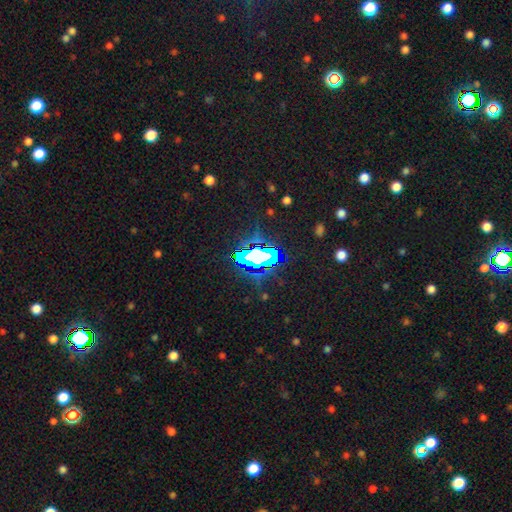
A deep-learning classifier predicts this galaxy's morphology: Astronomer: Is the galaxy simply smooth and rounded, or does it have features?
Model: star or artifact — 76%.